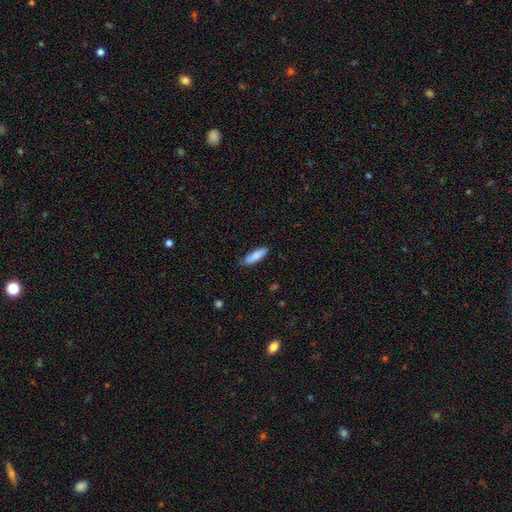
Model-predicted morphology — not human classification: smooth 84%, featured or disk 10%, star or artifact 6%. Down the decision tree: how rounded — cigar-shaped (49%, tied with in between); merging — none (77%).